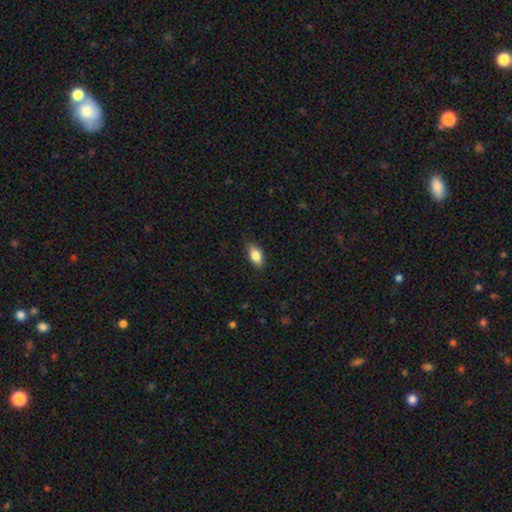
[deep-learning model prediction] This appears to be a smooth galaxy with no disk features (83%) that is in between round and cigar-shaped (90%). Merging: none (87%).